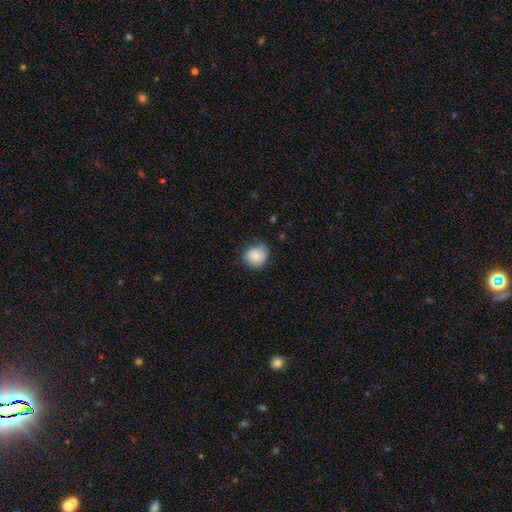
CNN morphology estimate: smooth_or_featured: smooth (p=0.84) [alt: featured or disk p=0.08]
how_rounded: round (p=0.77) [alt: in between p=0.22]
merging: none (p=0.64) [alt: minor disturbance p=0.28]